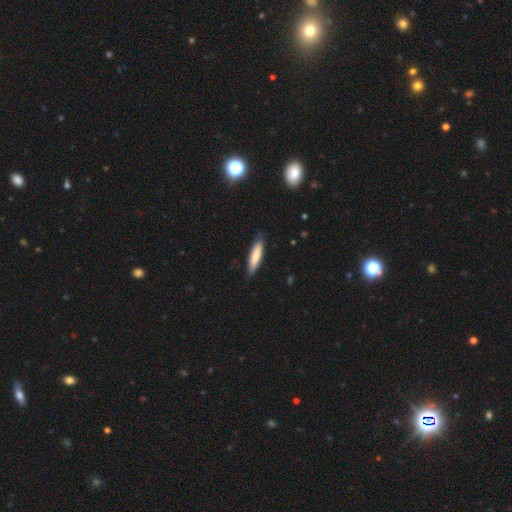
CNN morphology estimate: A smooth galaxy with no disk features (80%) that is cigar-shaped (77%).

Vote fractions:
- Smooth or featured? smooth: 80% / featured or disk: 15% / star or artifact: 5%
- How rounded? cigar-shaped: 77% / in between: 21% / round: 1%
- Merging? none: 85% / minor disturbance: 12% / major disturbance: 2% / merger: 1%